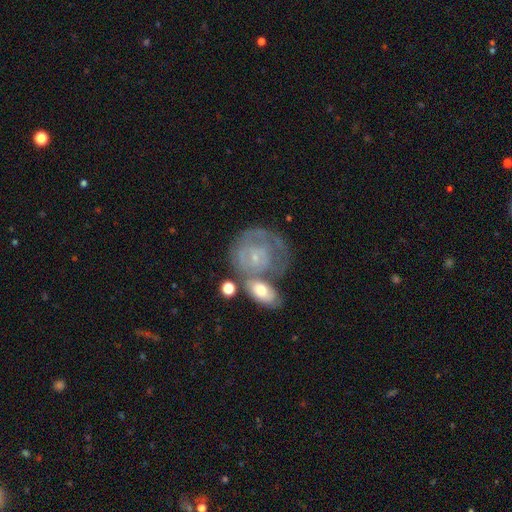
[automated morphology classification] Smooth or featured: featured or disk — 63% (smooth — 30%)
Edge-on disk: no — 96% (yes — 4%)
Bar: no — 78% (weak — 18%)
Spiral arms: yes — 60% (no — 40%)
Bulge size: small — 74% (moderate — 17%)
Merging: merger — 34% (none — 33%)